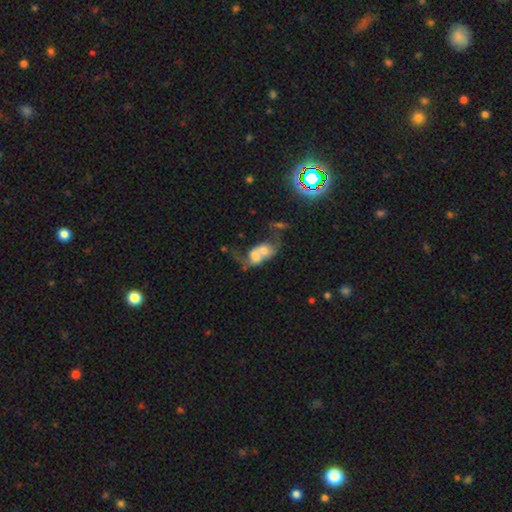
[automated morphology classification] smooth-or-featured: smooth: 49% | featured or disk: 40% | star or artifact: 11%
  merging: merger: 75% | major disturbance: 11% | none: 9% | minor disturbance: 5%